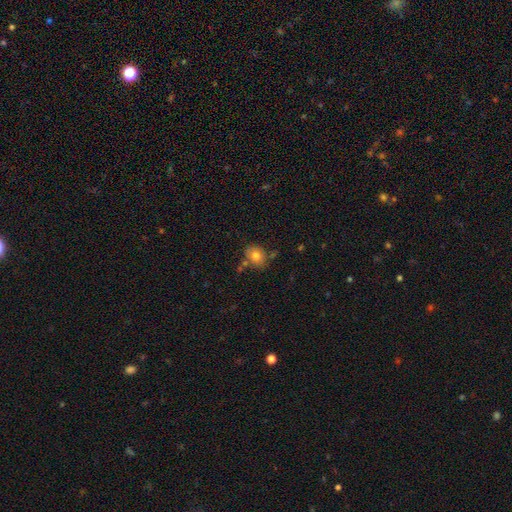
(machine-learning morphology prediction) A smooth galaxy with no disk features (78%) that is in between round and cigar-shaped (57%).

Vote fractions:
- Smooth or featured? smooth: 78% / featured or disk: 12% / star or artifact: 10%
- How rounded? in between: 57% / round: 42% / cigar-shaped: 1%
- Merging? none: 71% / minor disturbance: 16% / merger: 9% / major disturbance: 4%